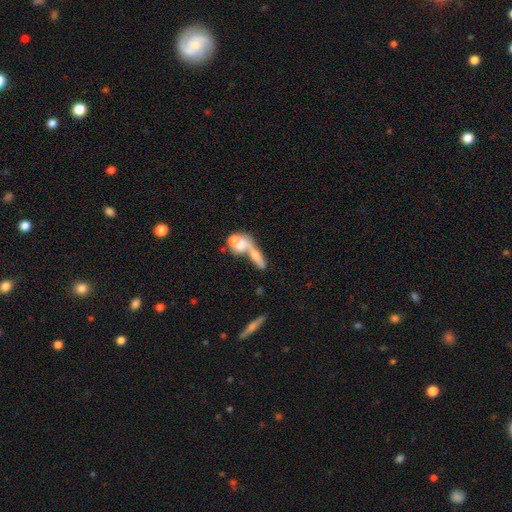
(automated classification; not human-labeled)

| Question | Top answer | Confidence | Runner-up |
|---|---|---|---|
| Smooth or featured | smooth | 52% | featured or disk (36%) |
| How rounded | in between | 49% | cigar-shaped (38%) |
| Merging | merger | 60% | none (21%) |